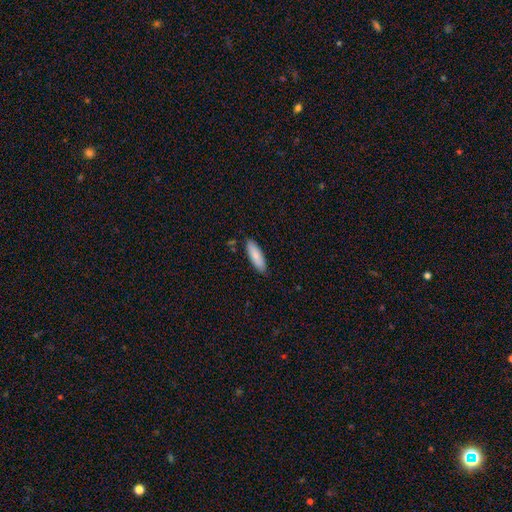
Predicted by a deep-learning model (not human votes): Overall: smooth (83%). How rounded: in between (57%; cigar-shaped 42%). Merging: none (86%).